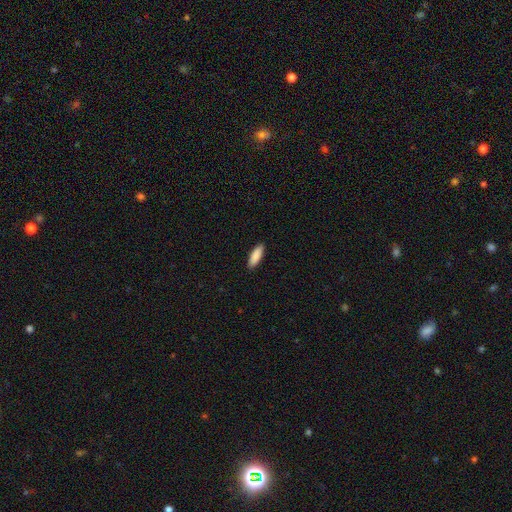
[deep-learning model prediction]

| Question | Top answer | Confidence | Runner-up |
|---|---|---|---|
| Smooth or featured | smooth | 89% | star or artifact (6%) |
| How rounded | in between | 54% | cigar-shaped (44%) |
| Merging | none | 90% | minor disturbance (7%) |